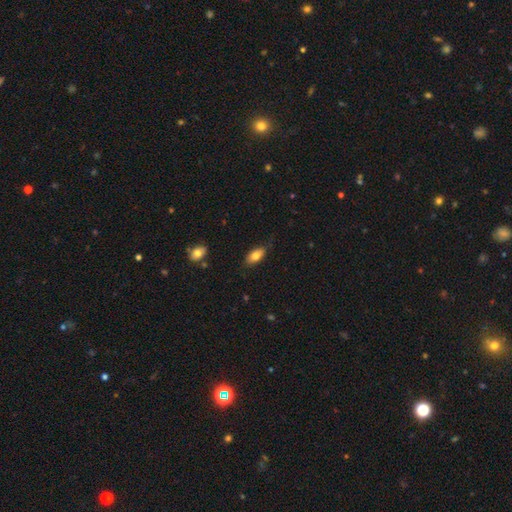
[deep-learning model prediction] Morphology: type=smooth (78%); roundness=in between (88%); merging=none (75%).